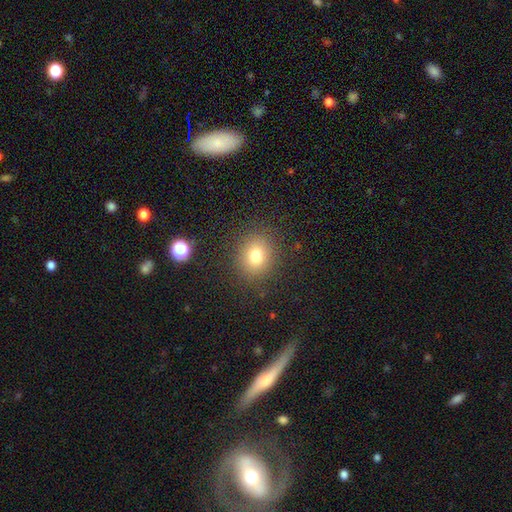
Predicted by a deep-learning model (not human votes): Smooth or featured? Predicted: smooth (p=0.77). How rounded? Predicted: round (p=0.71). Merging? Predicted: none (p=0.87).